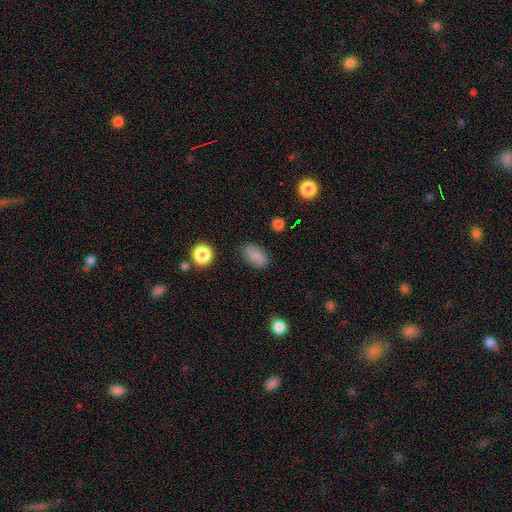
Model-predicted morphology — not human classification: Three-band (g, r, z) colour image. It shows a smooth galaxy with no disk features (82%) that is in between round and cigar-shaped (89%). Merging: none (82%).